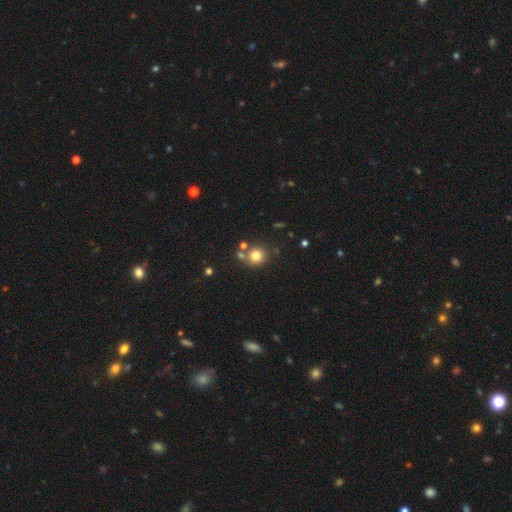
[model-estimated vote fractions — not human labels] Morphology: type=smooth (78%); roundness=round (88%); merging=none (70%).